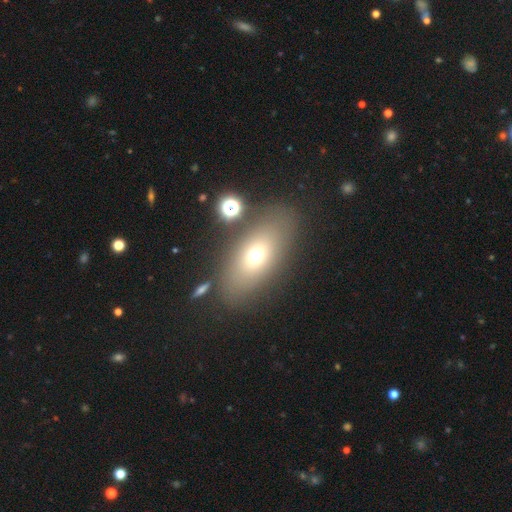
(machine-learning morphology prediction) smooth-or-featured: smooth: 66% | featured or disk: 21% | star or artifact: 13%
  how-rounded: in between: 83% | round: 11% | cigar-shaped: 6%
  merging: none: 77% | minor disturbance: 11% | merger: 6% | major disturbance: 6%